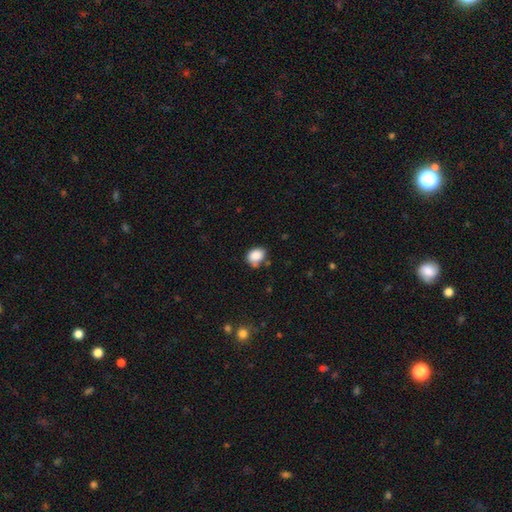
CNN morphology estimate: A smooth galaxy with no disk features (86%) that is in between round and cigar-shaped (61%). Merging: none (60%).